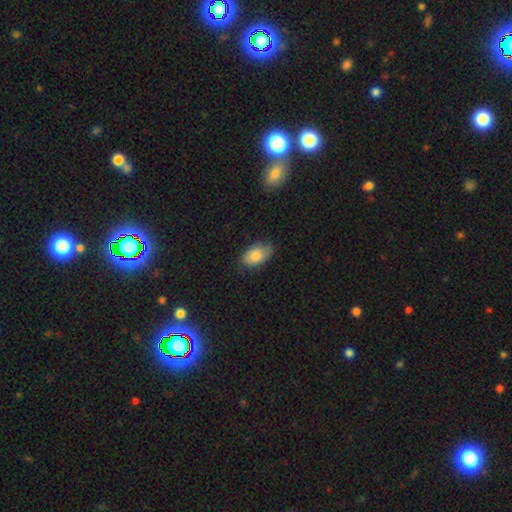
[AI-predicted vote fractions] smooth-or-featured: smooth: 79% | featured or disk: 14% | star or artifact: 7%
  how-rounded: in between: 92% | round: 6% | cigar-shaped: 2%
  merging: none: 67% | minor disturbance: 26% | major disturbance: 5% | merger: 1%